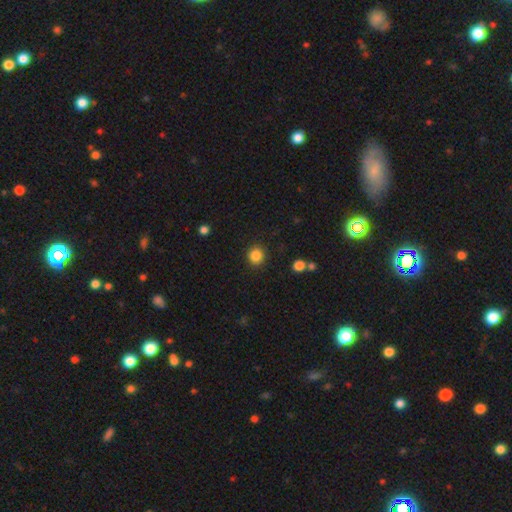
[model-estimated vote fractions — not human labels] Overall: smooth (85%). How rounded: round (90%). Merging: none (91%).